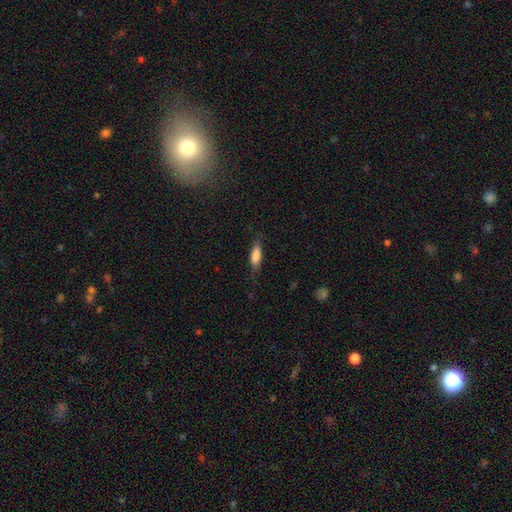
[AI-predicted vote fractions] smooth_or_featured: smooth (p=0.77) [alt: featured or disk p=0.16]
how_rounded: in between (p=0.53) [alt: cigar-shaped p=0.44]
merging: none (p=0.75) [alt: minor disturbance p=0.19]